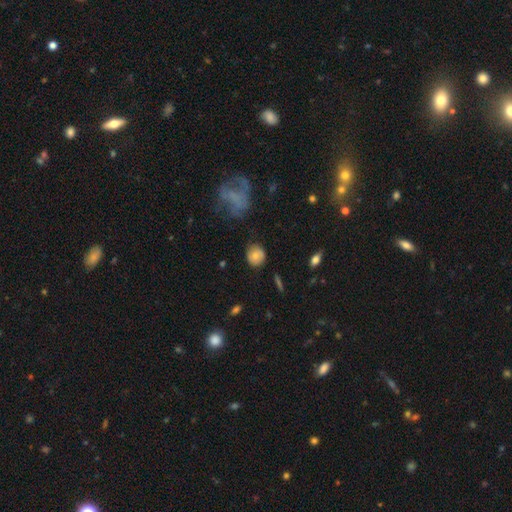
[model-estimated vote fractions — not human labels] Smooth or featured?
  - smooth: 68% *
  - featured or disk: 22%
  - star or artifact: 10%
How rounded?
  - round: 81% *
  - in between: 18%
  - cigar-shaped: 1%
Merging?
  - none: 78% *
  - minor disturbance: 16%
  - major disturbance: 4%
  - merger: 2%